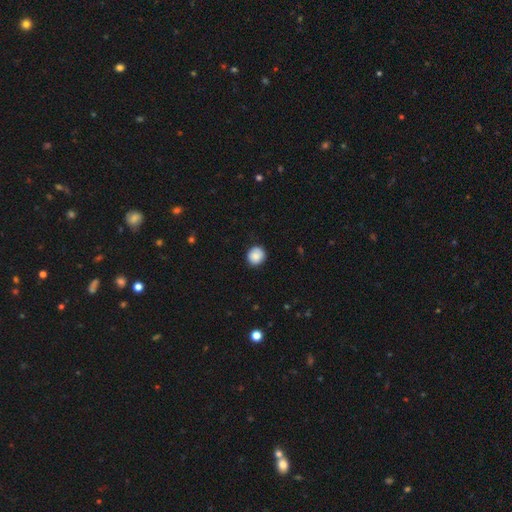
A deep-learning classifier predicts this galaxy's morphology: The model was most divided on "how rounded": round: 86%, in between: 13%, cigar-shaped: 1%. More confident: merging — none (86%); smooth or featured — smooth (86%).